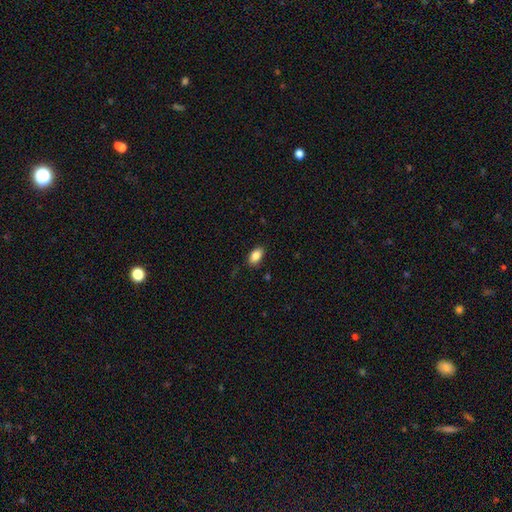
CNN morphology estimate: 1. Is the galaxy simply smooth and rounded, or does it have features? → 87% smooth, 8% star or artifact, 5% featured or disk.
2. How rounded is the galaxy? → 91% in between, 7% round, 2% cigar-shaped.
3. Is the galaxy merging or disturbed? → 86% none, 11% minor disturbance, 2% major disturbance, 1% merger.